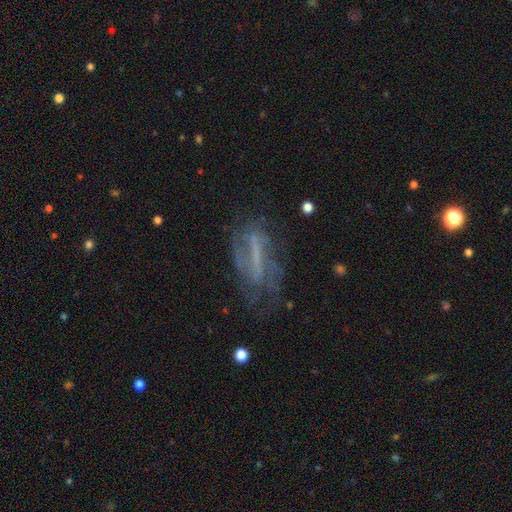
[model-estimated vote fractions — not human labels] smooth-or-featured: featured or disk: 60% | smooth: 26% | star or artifact: 14%
  disk-edge-on: no: 76% | yes: 24%
  merging: none: 52% | minor disturbance: 23% | major disturbance: 22% | merger: 3%